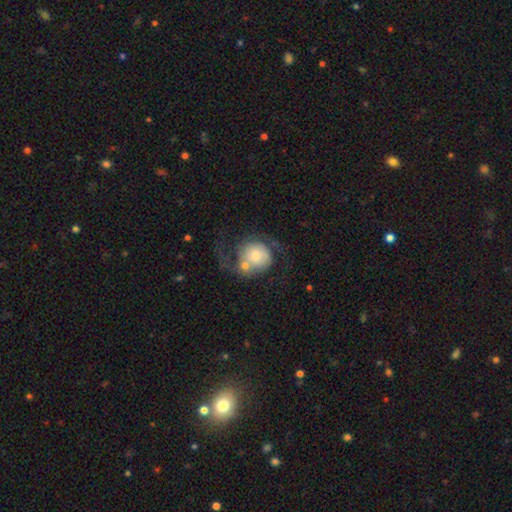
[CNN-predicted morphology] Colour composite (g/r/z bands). It shows a featured or disk galaxy (57%) with no bar (77%), spiral arms (82%) and a small central bulge (46%). Merging: none (37%).